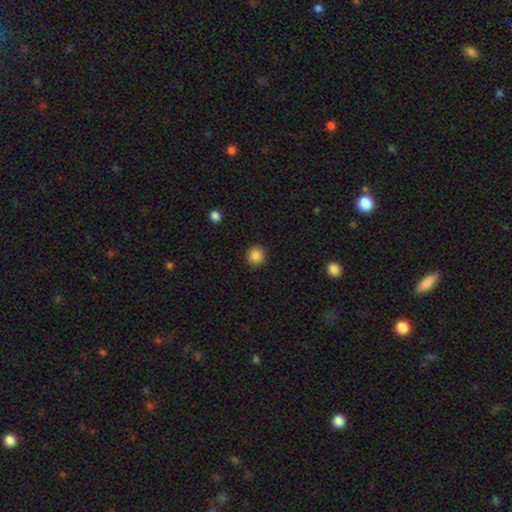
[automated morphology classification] type=smooth (87%); roundness=round (92%); merging=none (92%).